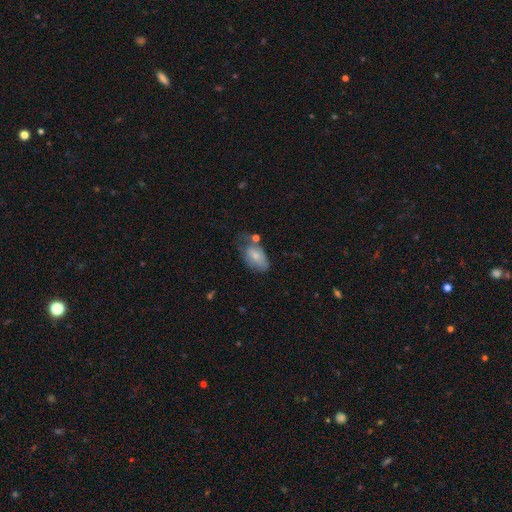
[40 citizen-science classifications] Smooth or featured? 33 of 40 (82%) said smooth. How rounded? 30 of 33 (91%) said in between. Merging? 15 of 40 (38%, tied with minor disturbance) said none.